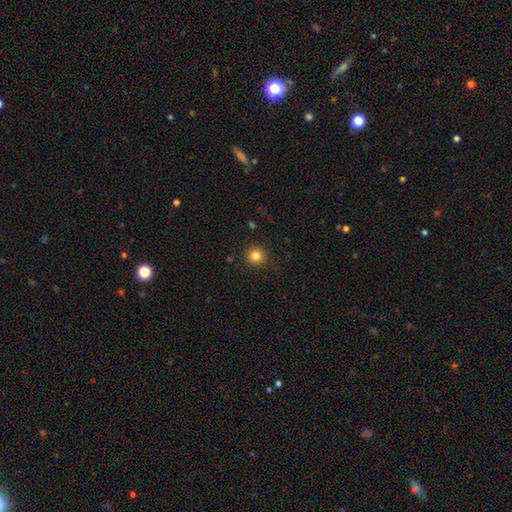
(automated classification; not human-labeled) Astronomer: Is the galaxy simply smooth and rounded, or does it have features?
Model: smooth — 83%.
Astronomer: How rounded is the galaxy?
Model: round — 94%.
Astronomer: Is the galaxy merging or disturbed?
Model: none — 91%.